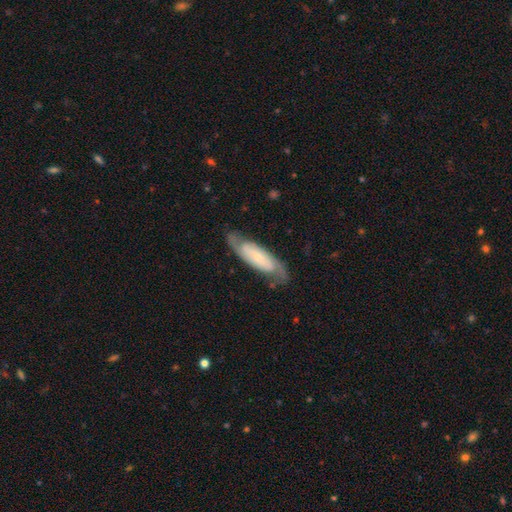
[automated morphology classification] Q: Smooth or featured?
A: featured or disk (74%); runner-up: smooth (20%)
Q: Edge-on disk?
A: no (87%); runner-up: yes (13%)
Q: Bar?
A: no (64%); runner-up: weak (24%)
Q: Spiral arms?
A: yes (92%); runner-up: no (8%)
Q: Spiral winding?
A: medium (42%); runner-up: tight (37%)
Q: Spiral arm count?
A: 2 (85%); runner-up: can't tell (10%)
Q: Bulge size?
A: small (75%); runner-up: moderate (16%)
Q: Merging?
A: none (75%); runner-up: minor disturbance (17%)